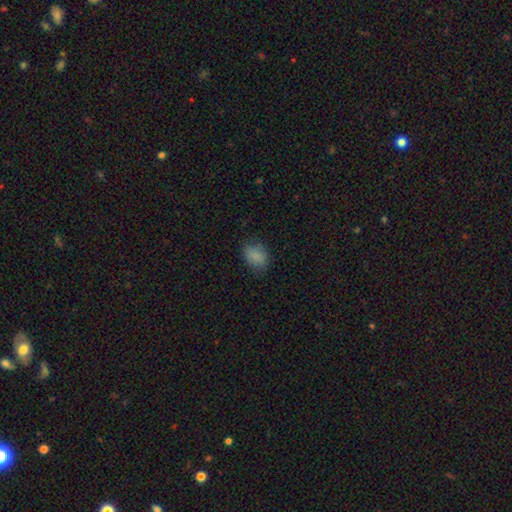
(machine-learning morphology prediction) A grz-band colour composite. It shows a smooth galaxy with no disk features (83%) that is in between round and cigar-shaped (68%). Merging: none (74%).